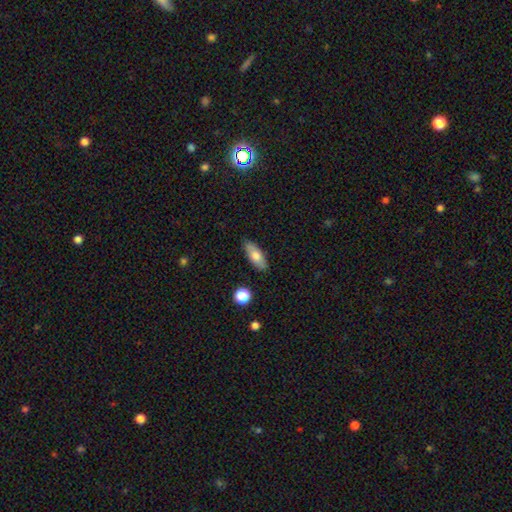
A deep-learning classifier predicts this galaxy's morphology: Q: Smooth or featured?
A: smooth (72%); runner-up: featured or disk (21%)
Q: How rounded?
A: in between (76%); runner-up: cigar-shaped (21%)
Q: Merging?
A: none (85%); runner-up: minor disturbance (11%)